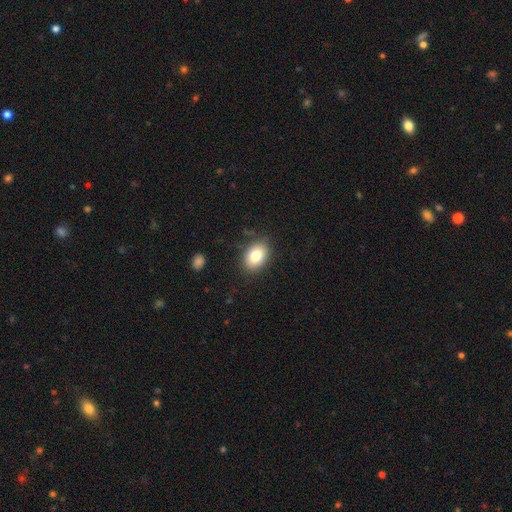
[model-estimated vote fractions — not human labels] Overall: smooth (81%). How rounded: in between (77%). Merging: none (84%).